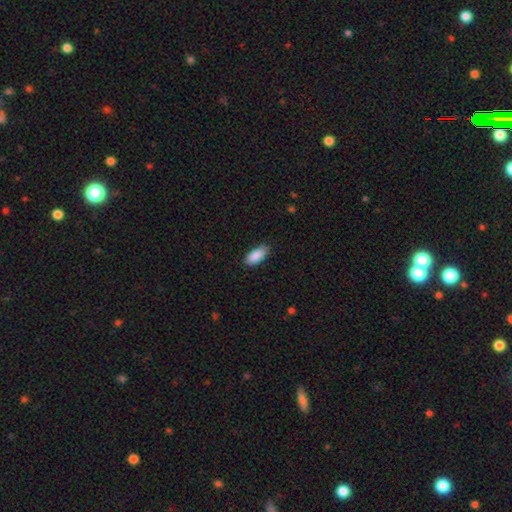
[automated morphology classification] This appears to be a smooth galaxy with no disk features (89%) that is in between round and cigar-shaped (86%). Merging: none (82%).